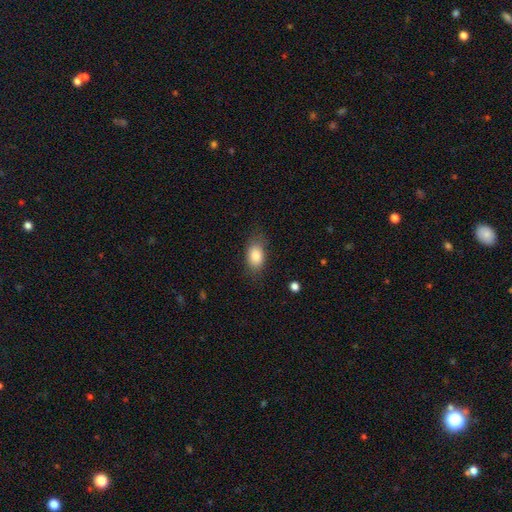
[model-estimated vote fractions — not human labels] Smooth or featured: smooth — 85% (featured or disk — 7%)
How rounded: in between — 87% (round — 10%)
Merging: none — 76% (minor disturbance — 17%)